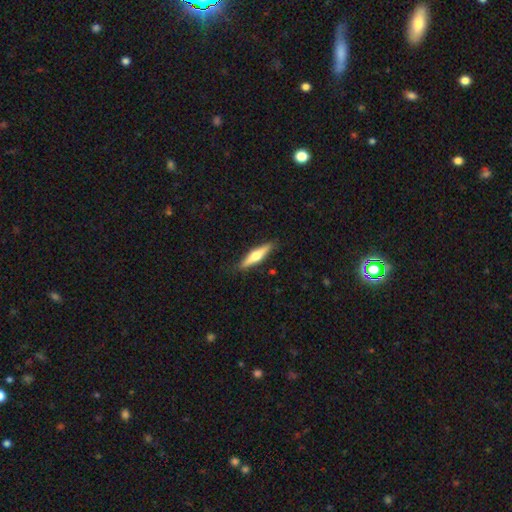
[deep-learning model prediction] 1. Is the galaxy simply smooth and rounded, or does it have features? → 51% featured or disk, 43% smooth, 5% star or artifact.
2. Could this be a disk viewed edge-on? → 95% yes, 5% no.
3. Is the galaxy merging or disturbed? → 88% none, 9% minor disturbance, 2% major disturbance, 1% merger.